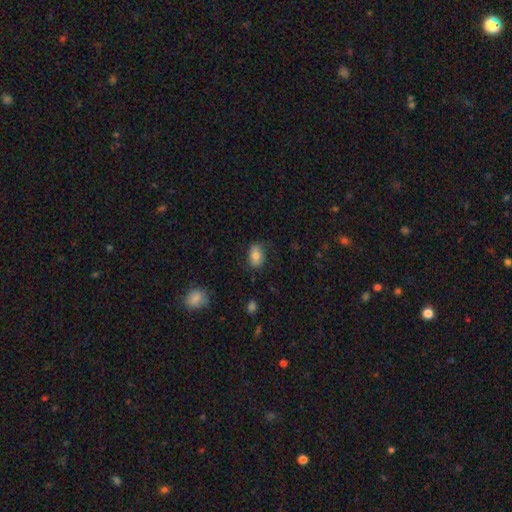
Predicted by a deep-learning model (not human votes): smooth-or-featured: smooth: 77% | featured or disk: 15% | star or artifact: 8%
  how-rounded: in between: 80% | round: 19% | cigar-shaped: 1%
  merging: none: 72% | minor disturbance: 21% | major disturbance: 6% | merger: 1%